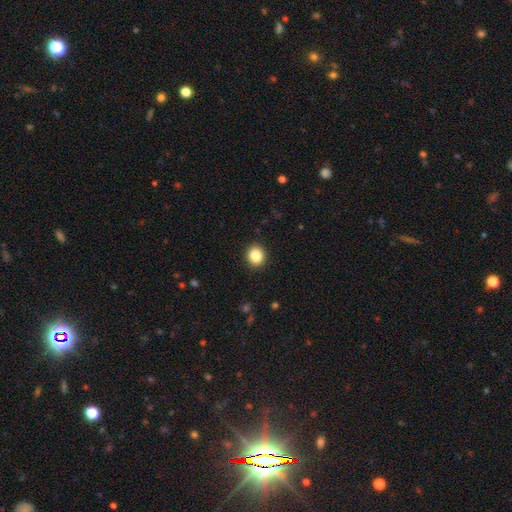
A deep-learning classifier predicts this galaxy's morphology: type=smooth (86%); roundness=round (80%); merging=none (92%).